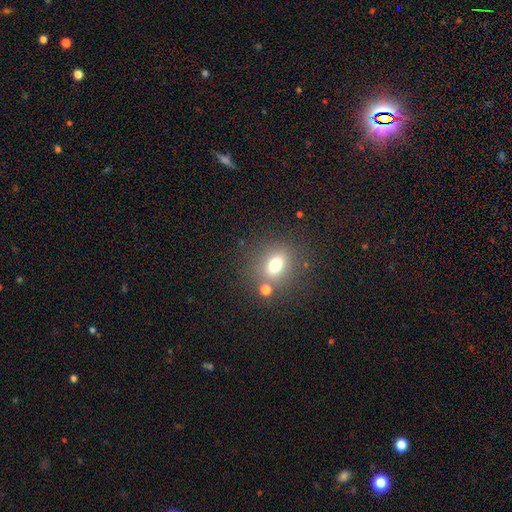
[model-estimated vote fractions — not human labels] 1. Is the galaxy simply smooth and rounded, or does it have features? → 57% smooth, 30% star or artifact, 13% featured or disk.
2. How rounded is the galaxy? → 70% round, 28% in between, 2% cigar-shaped.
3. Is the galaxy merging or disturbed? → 75% none, 12% merger, 9% minor disturbance, 4% major disturbance.